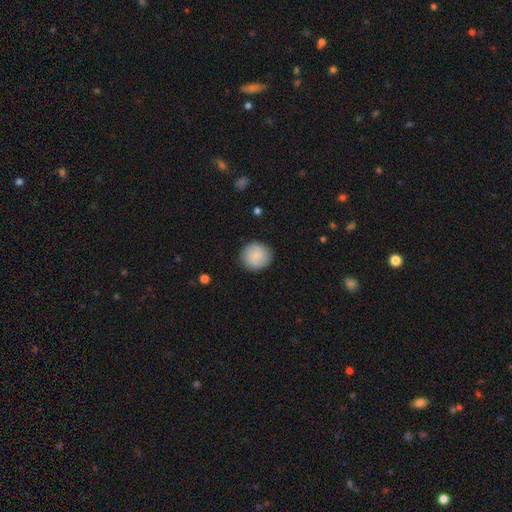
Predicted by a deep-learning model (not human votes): Morphology: type=smooth (87%); roundness=round (89%); merging=none (88%).